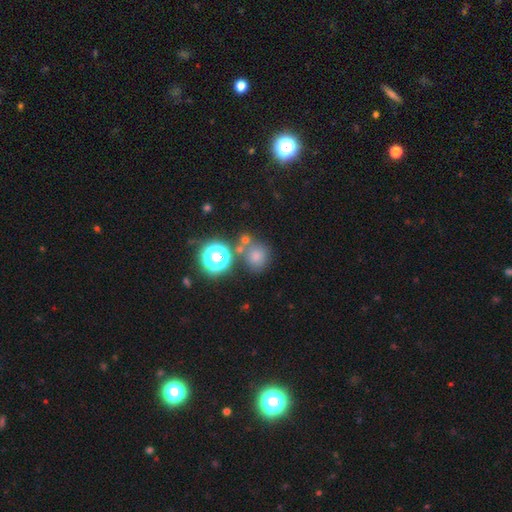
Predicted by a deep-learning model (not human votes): Q: Smooth or featured?
A: smooth (69%); runner-up: star or artifact (22%)
Q: How rounded?
A: round (81%); runner-up: in between (17%)
Q: Merging?
A: none (61%); runner-up: merger (19%)